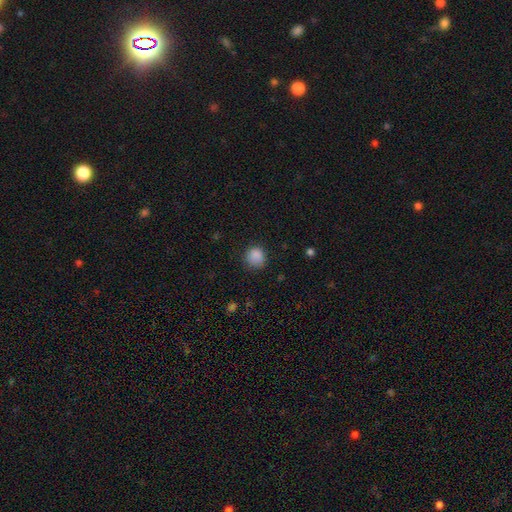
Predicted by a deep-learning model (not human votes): This is clearly a smooth galaxy (86%). How rounded: clearly round (88%). Merging: likely none (78%).